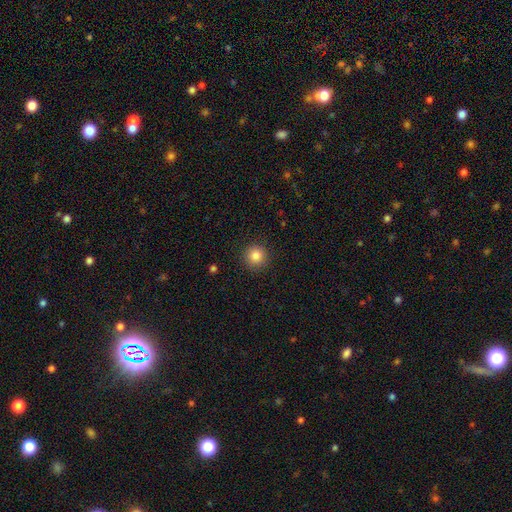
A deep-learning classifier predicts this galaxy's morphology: Smooth or featured? smooth (84%)
How rounded? round (95%)
Merging? none (91%)